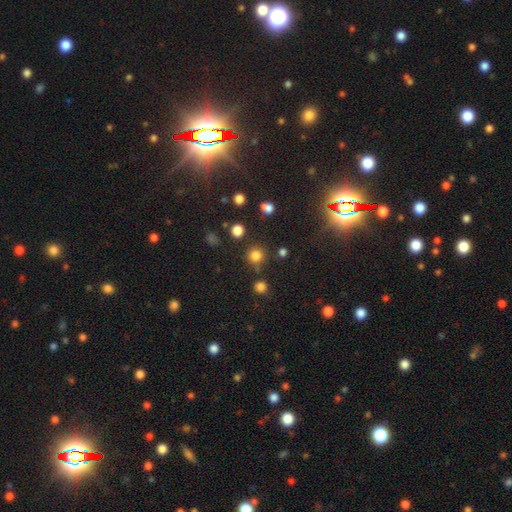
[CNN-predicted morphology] Q: Smooth or featured?
A: smooth (78%); runner-up: star or artifact (17%)
Q: How rounded?
A: round (93%); runner-up: in between (6%)
Q: Merging?
A: none (82%); runner-up: minor disturbance (8%)